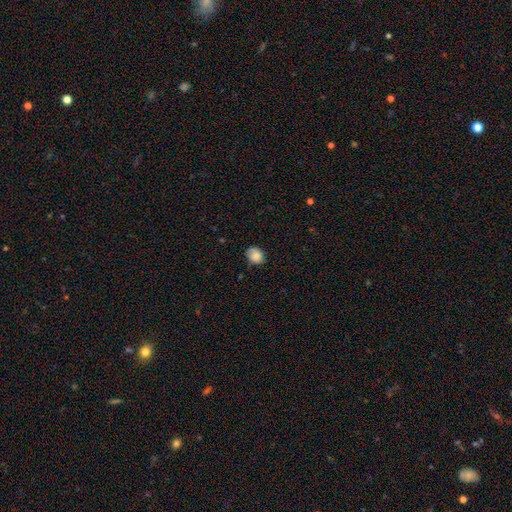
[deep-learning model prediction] Morphology: type=smooth (81%); roundness=round (53%); merging=none (71%).